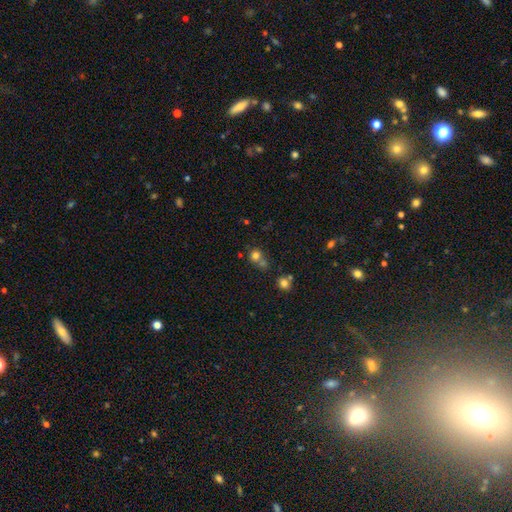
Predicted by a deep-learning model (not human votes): This appears to be a smooth galaxy with no disk features (74%) that is round (86%). Merging: none (49%).